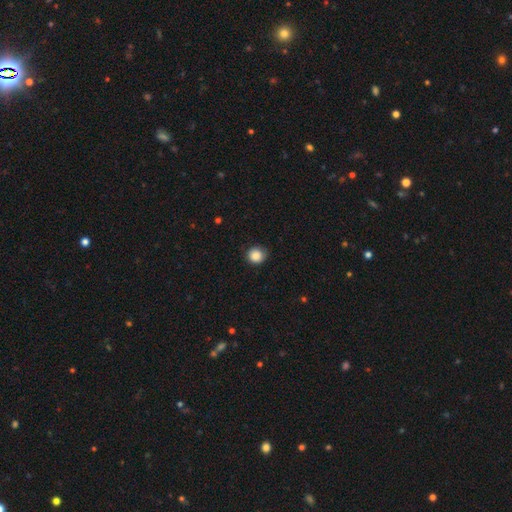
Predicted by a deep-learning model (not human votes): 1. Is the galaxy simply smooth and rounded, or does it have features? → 86% smooth, 10% star or artifact, 4% featured or disk.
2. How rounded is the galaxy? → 90% round, 9% in between, 1% cigar-shaped.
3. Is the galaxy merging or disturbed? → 82% none, 14% minor disturbance, 3% major disturbance, 1% merger.